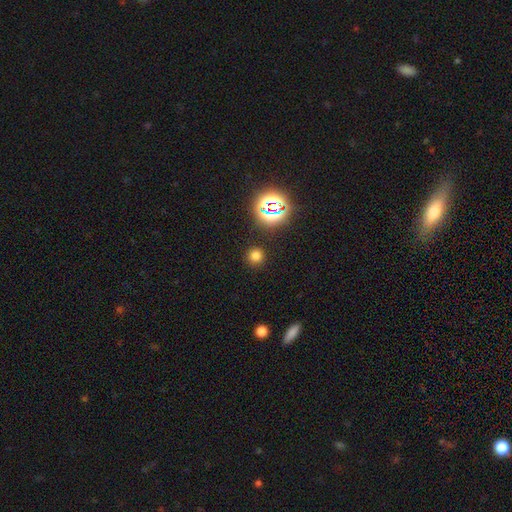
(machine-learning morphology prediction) Smooth or featured? smooth (72%)
How rounded? round (94%)
Merging? none (90%)